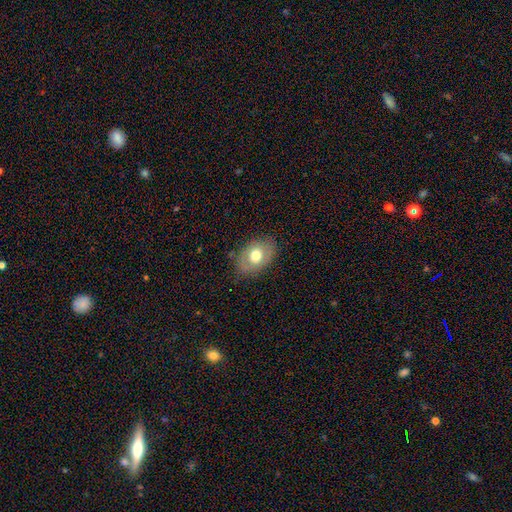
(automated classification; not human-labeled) smooth-or-featured: smooth: 64% | featured or disk: 28% | star or artifact: 8%
  how-rounded: in between: 80% | round: 19% | cigar-shaped: 1%
  merging: none: 79% | minor disturbance: 15% | major disturbance: 4% | merger: 1%